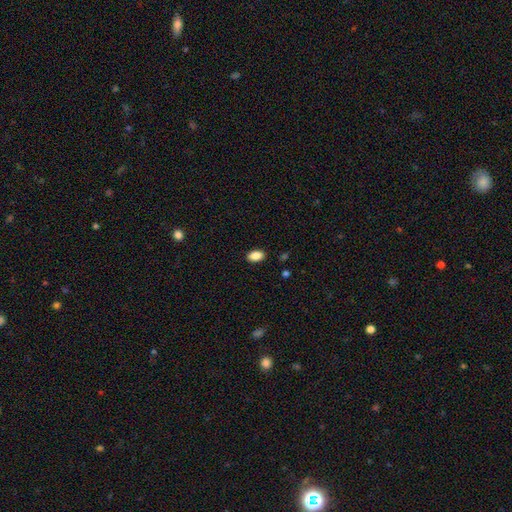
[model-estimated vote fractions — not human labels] smooth_or_featured: smooth (p=0.88) [alt: star or artifact p=0.08]
how_rounded: in between (p=0.91) [alt: round p=0.07]
merging: none (p=0.89) [alt: minor disturbance p=0.08]